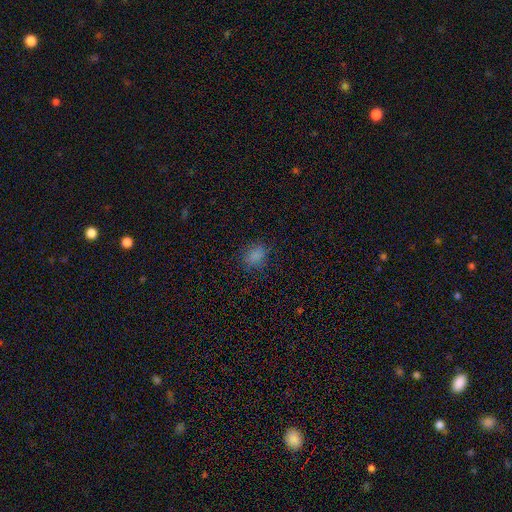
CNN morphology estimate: smooth-or-featured: smooth: 77% | star or artifact: 17% | featured or disk: 5%
  how-rounded: round: 58% | in between: 41% | cigar-shaped: 1%
  merging: none: 82% | minor disturbance: 13% | major disturbance: 4% | merger: 1%